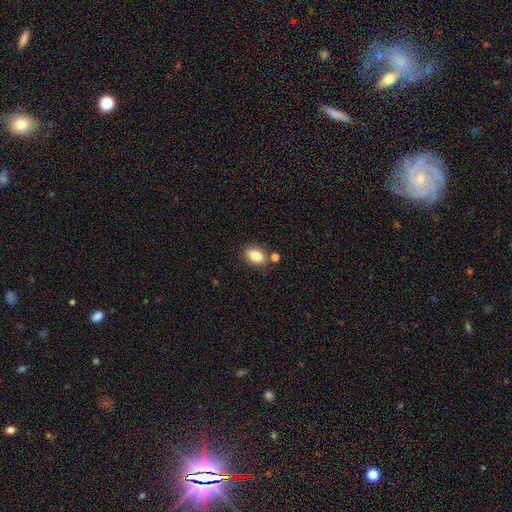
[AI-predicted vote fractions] Smooth or featured? smooth (85%)
How rounded? in between (84%)
Merging? none (73%)